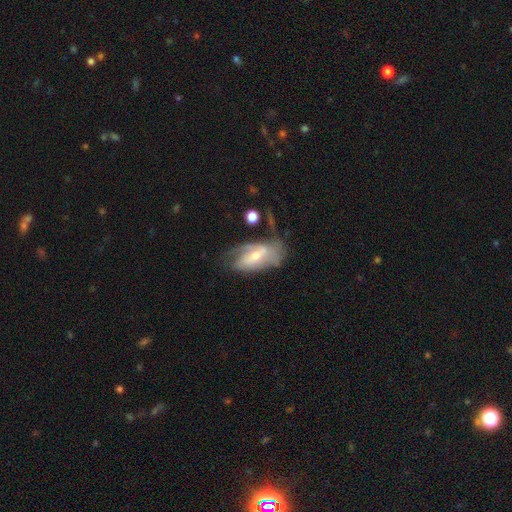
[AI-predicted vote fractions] This appears to be a featured or disk galaxy (64%) with a weak bar (40%), spiral arms (76%) and a small central bulge (48%). Merging: none (41%).